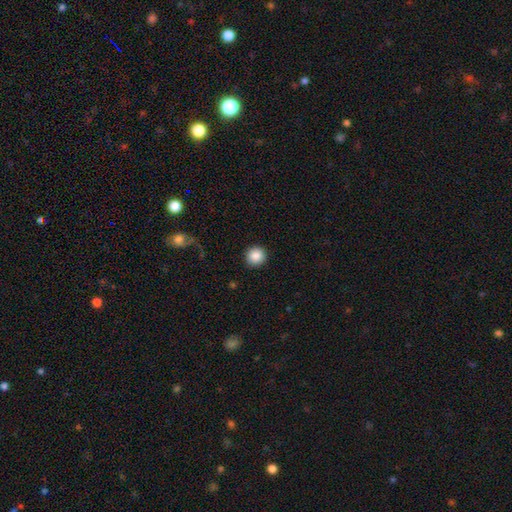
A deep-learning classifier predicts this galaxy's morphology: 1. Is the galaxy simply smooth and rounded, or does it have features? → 87% smooth, 9% star or artifact, 4% featured or disk.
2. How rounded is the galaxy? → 93% round, 6% in between, 1% cigar-shaped.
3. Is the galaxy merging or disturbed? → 91% none, 6% minor disturbance, 2% major disturbance, 1% merger.